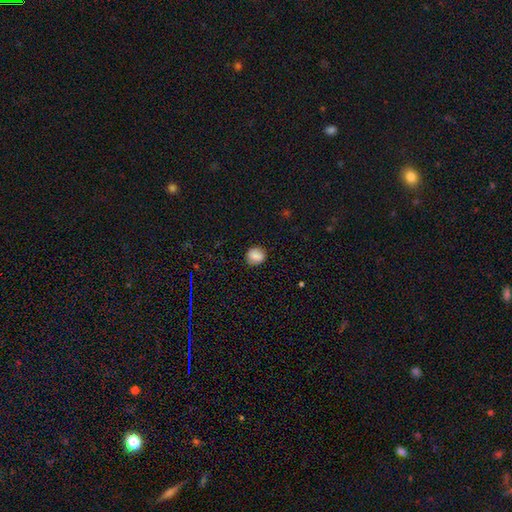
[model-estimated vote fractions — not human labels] This appears to be a smooth galaxy with no disk features (84%) that is round (80%). Merging: none (85%).